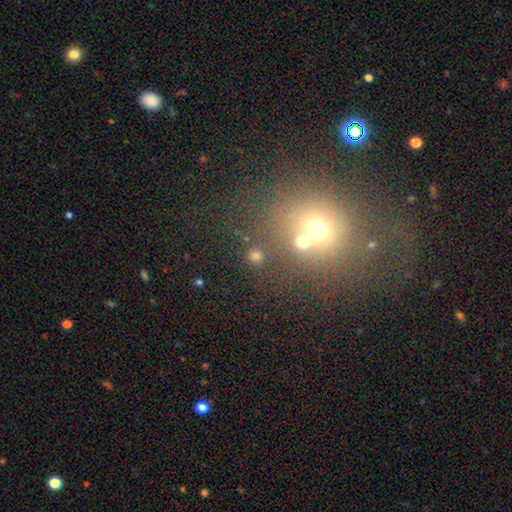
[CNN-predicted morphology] This is likely a smooth galaxy (71%). How rounded: clearly round (88%). Merging: likely none (74%).